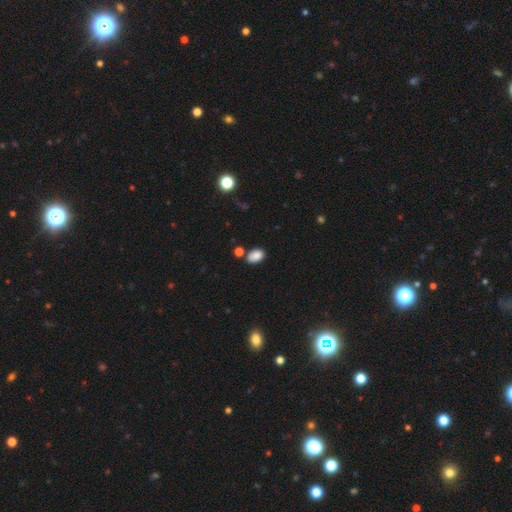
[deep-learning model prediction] A smooth galaxy with no disk features (85%) that is in between round and cigar-shaped (86%). Merging: none (72%).